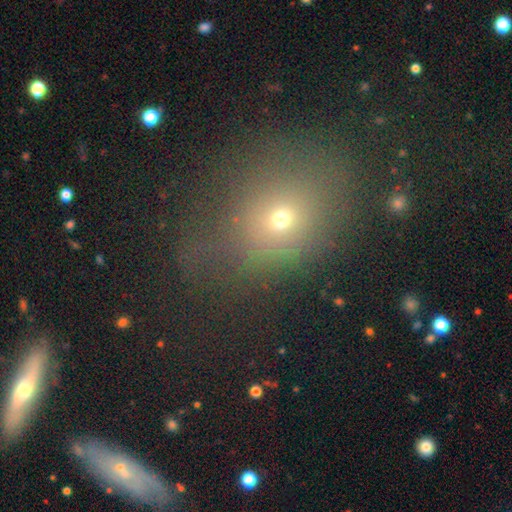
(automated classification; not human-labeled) Smooth or featured: smooth — 59% (star or artifact — 27%)
How rounded: round — 57% (in between — 41%)
Merging: none — 71% (minor disturbance — 15%)